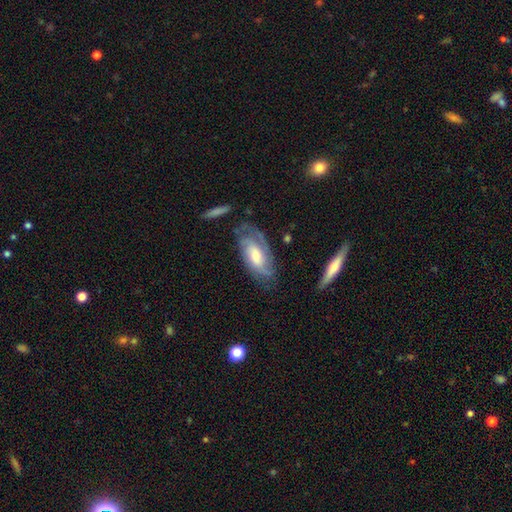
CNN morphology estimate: Smooth or featured? featured or disk (73%)
Edge-on disk? no (89%)
Bar? no (54%)
Spiral arms? yes (92%)
Spiral winding? tight (51%)
Spiral arm count? 2 (41%)
Bulge size? moderate (56%)
Merging? none (67%)